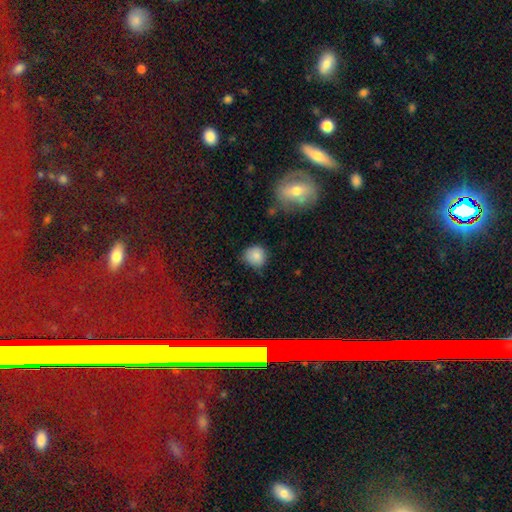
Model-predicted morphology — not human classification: smooth 83%, star or artifact 10%, featured or disk 7%. Down the decision tree: how rounded — round (88%); merging — none (71%).